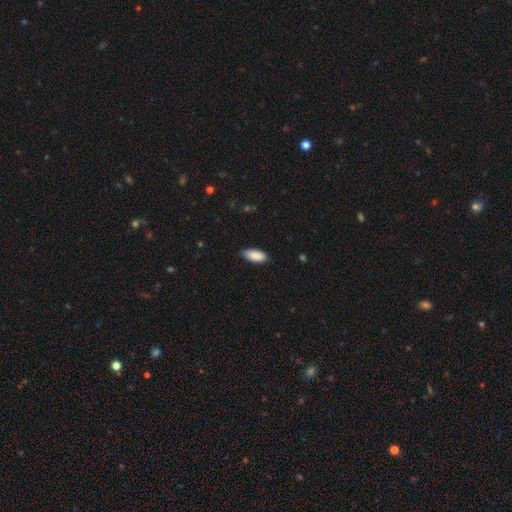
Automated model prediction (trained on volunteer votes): smooth 90%, star or artifact 6%, featured or disk 4%. Down the decision tree: how rounded — in between (86%); merging — none (80%).